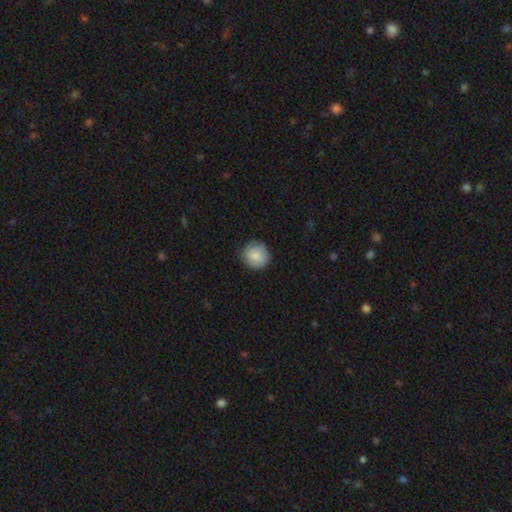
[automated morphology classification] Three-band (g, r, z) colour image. It shows a smooth galaxy with no disk features (85%) that is round (90%). Merging: none (83%).